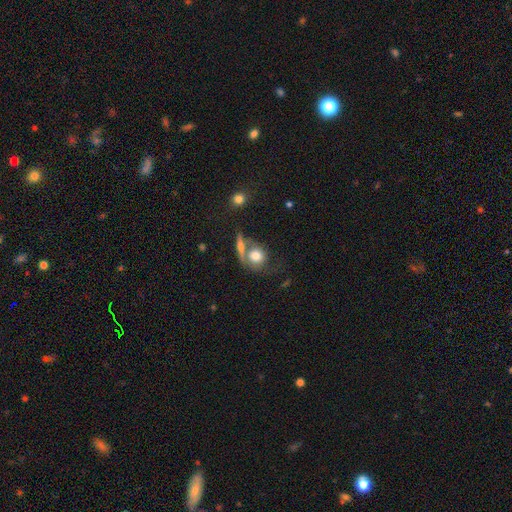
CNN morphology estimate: Smooth or featured?
  - smooth: 72% *
  - featured or disk: 20%
  - star or artifact: 8%
How rounded?
  - round: 73% *
  - in between: 24%
  - cigar-shaped: 3%
Merging?
  - merger: 39% * (tied)
  - none: 39% * (tied)
  - minor disturbance: 13%
  - major disturbance: 9%